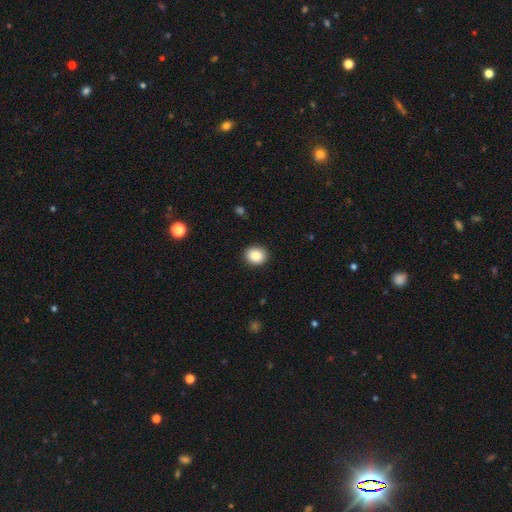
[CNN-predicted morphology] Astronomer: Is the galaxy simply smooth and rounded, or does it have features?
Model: smooth — 87%.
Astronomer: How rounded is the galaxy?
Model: round — 75%.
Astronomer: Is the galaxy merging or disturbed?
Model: none — 91%.